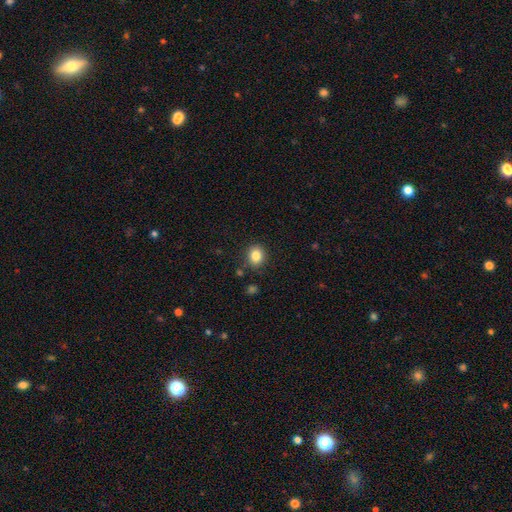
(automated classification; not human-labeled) A smooth galaxy with no disk features (85%) that is round (63%).

Vote fractions:
- Smooth or featured? smooth: 85% / star or artifact: 10% / featured or disk: 6%
- How rounded? round: 63% / in between: 36% / cigar-shaped: 1%
- Merging? none: 87% / minor disturbance: 8% / major disturbance: 3% / merger: 2%